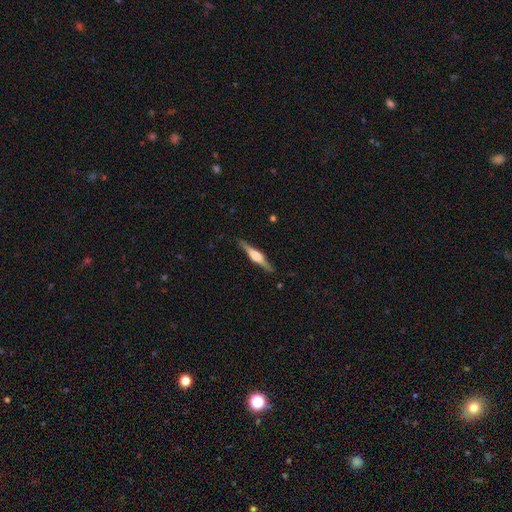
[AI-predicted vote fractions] Smooth or featured? featured or disk (78%)
Edge-on disk? yes (98%)
Edge-on bulge? rounded (89%)
Merging? none (89%)